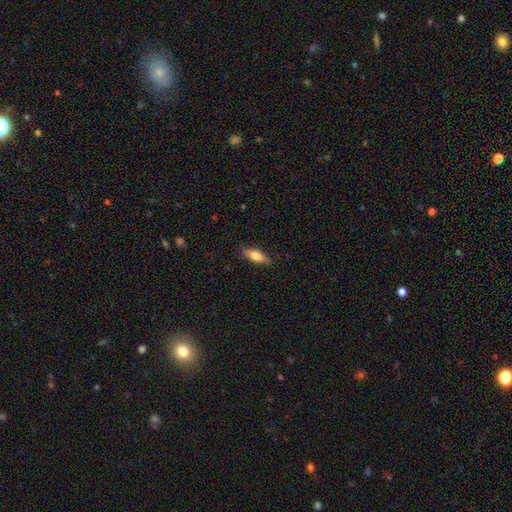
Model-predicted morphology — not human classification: Smooth or featured? Predicted: smooth (p=0.71). How rounded? Predicted: in between (p=0.58). Merging? Predicted: none (p=0.84).